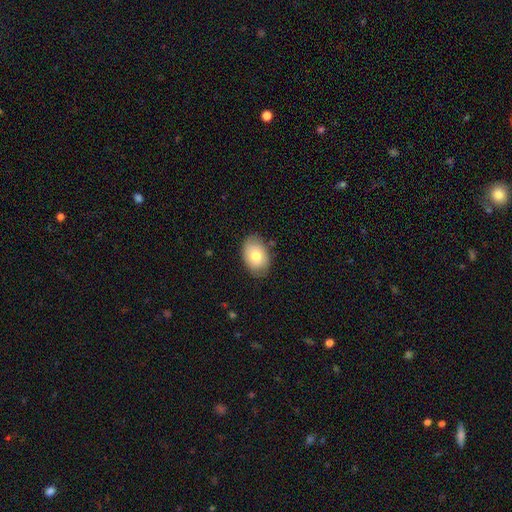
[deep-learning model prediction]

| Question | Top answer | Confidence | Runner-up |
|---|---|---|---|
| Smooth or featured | smooth | 74% | featured or disk (20%) |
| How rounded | in between | 86% | round (13%) |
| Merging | none | 79% | minor disturbance (16%) |